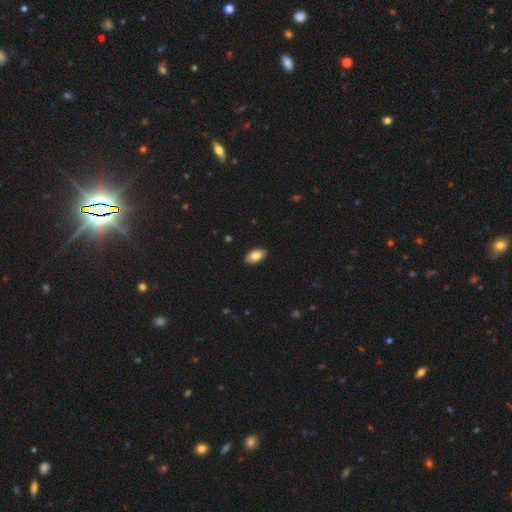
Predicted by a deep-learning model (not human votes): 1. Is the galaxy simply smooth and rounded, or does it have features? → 81% smooth, 13% featured or disk, 6% star or artifact.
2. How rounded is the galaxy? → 93% in between, 4% round, 3% cigar-shaped.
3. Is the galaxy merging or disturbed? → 90% none, 7% minor disturbance, 2% major disturbance, 1% merger.